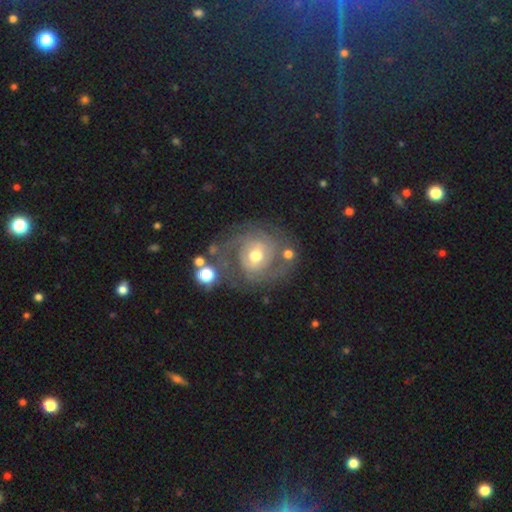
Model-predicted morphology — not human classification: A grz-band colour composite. It shows a featured or disk galaxy (79%) with no bar (61%), 2 (36%) tight (61%) spiral arms (88%) and a moderate central bulge (72%). Merging: none (62%).